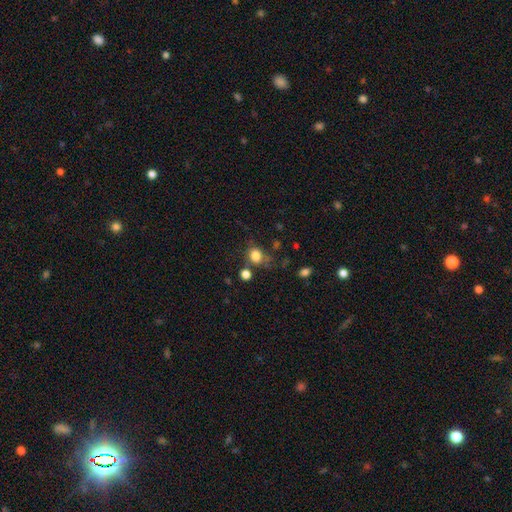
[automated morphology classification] Smooth or featured? smooth (81%)
How rounded? round (61%)
Merging? none (58%)